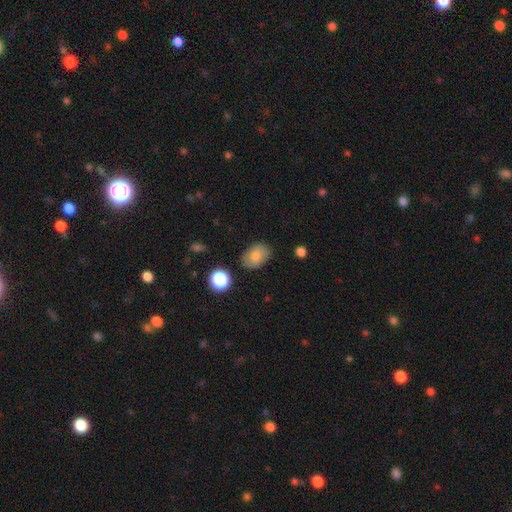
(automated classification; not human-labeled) This appears to be a smooth galaxy with no disk features (76%) that is in between round and cigar-shaped (75%). Merging: none (82%).